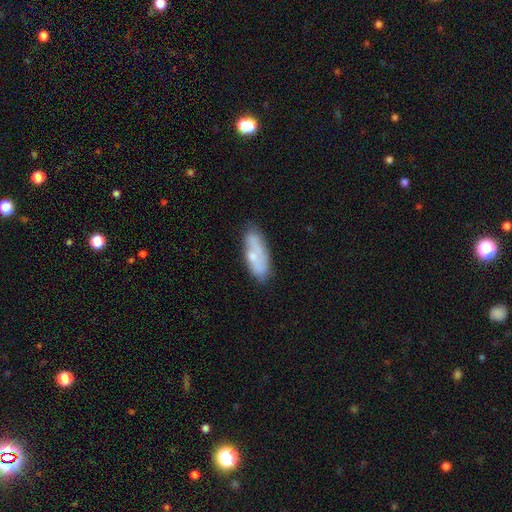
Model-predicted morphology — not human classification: This appears to be a smooth galaxy with no disk features (55%) that is in between round and cigar-shaped (70%). Merging: none (62%).